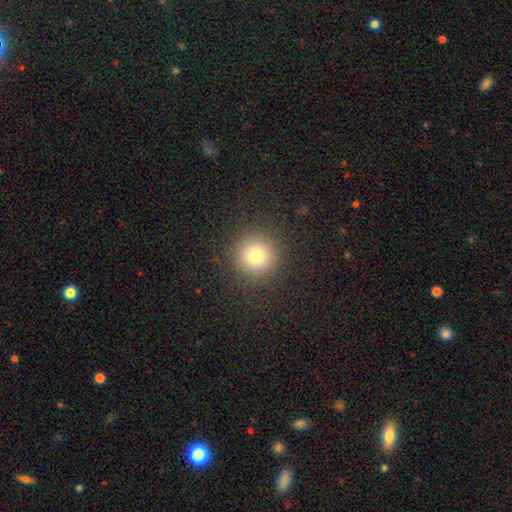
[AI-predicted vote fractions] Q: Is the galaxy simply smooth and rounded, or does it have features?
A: smooth — 77%.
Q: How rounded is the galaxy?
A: round — 95%.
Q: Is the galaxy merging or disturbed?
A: none — 90%.